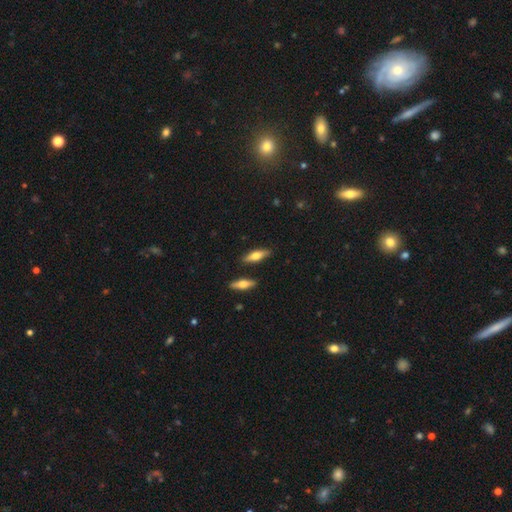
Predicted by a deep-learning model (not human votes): Smooth or featured? Predicted: smooth (p=0.57). How rounded? Predicted: cigar-shaped (p=0.52). Merging? Predicted: none (p=0.84).